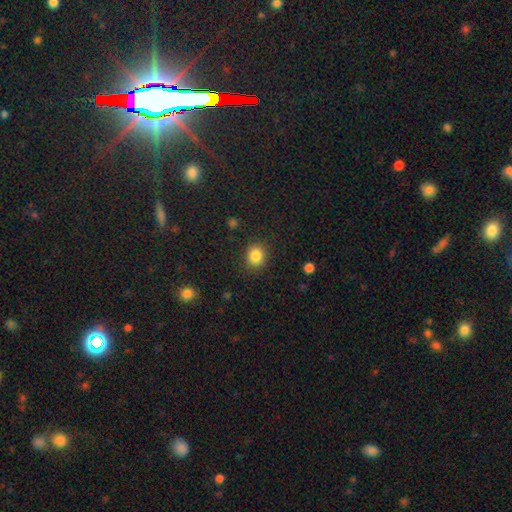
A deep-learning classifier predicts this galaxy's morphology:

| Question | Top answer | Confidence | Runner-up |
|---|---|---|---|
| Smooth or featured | smooth | 86% | star or artifact (10%) |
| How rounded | round | 74% | in between (25%) |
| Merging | none | 87% | minor disturbance (8%) |